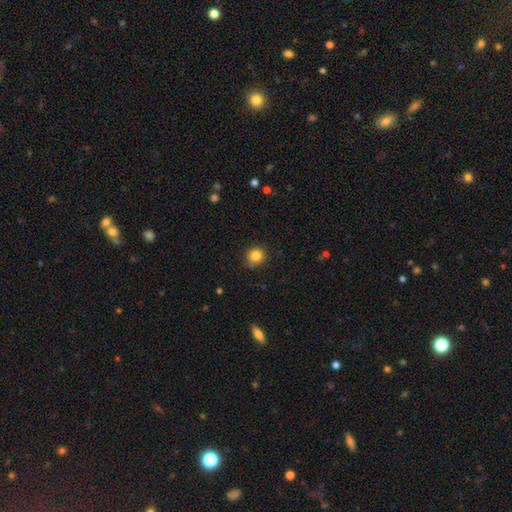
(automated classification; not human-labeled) Smooth or featured: smooth — 83% (star or artifact — 11%)
How rounded: round — 88% (in between — 11%)
Merging: none — 78% (minor disturbance — 17%)